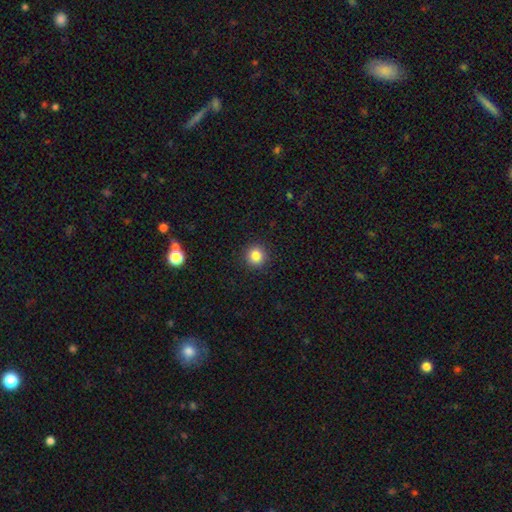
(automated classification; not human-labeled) Overall: smooth (84%). How rounded: round (94%). Merging: none (92%).